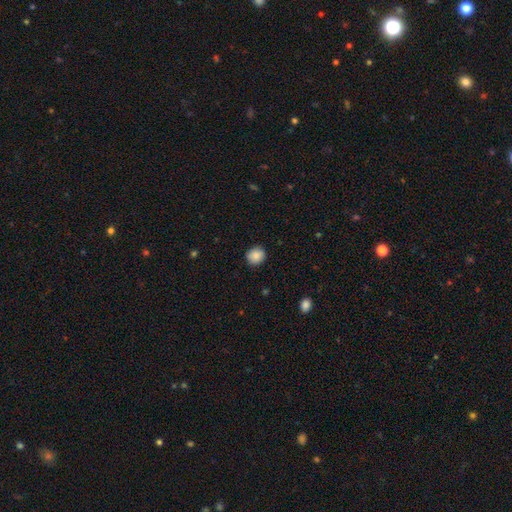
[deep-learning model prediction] The model was most divided on "how rounded": round: 84%, in between: 15%, cigar-shaped: 1%. More confident: merging — none (89%); smooth or featured — smooth (88%).